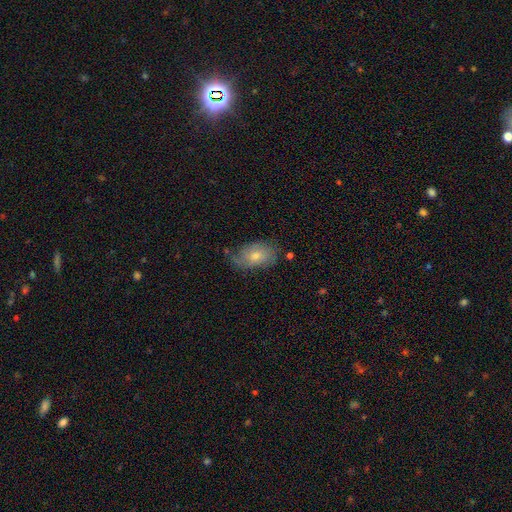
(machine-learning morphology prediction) Overall: smooth (46%; featured or disk 44%). Merging: none (65%; minor disturbance 25%).